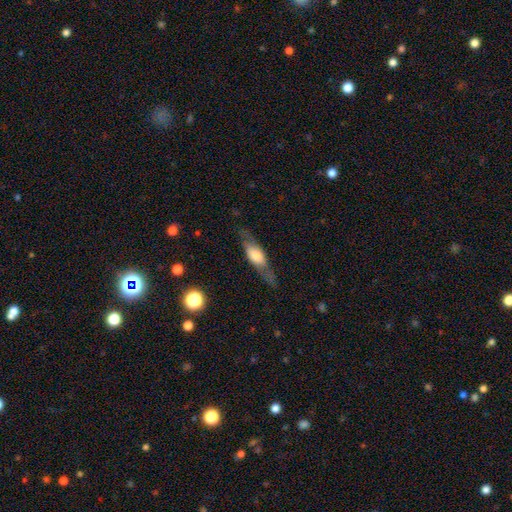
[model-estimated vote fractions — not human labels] Smooth or featured? featured or disk (51%)
Edge-on disk? yes (74%)
Merging? none (74%)